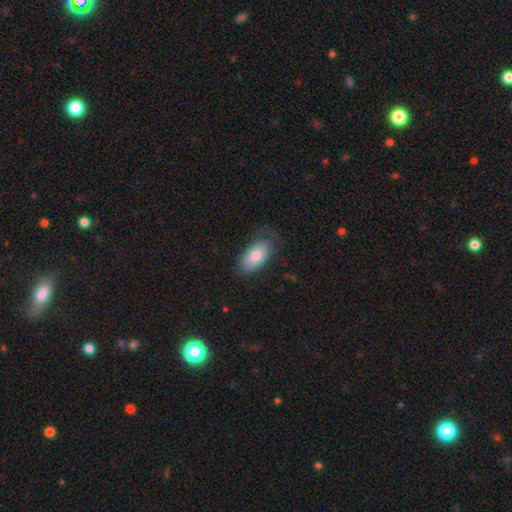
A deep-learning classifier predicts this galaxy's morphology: The model was most divided on "merging": none: 64%, minor disturbance: 26%, major disturbance: 9%, merger: 1%. More confident: how rounded — in between (93%); smooth or featured — smooth (79%).